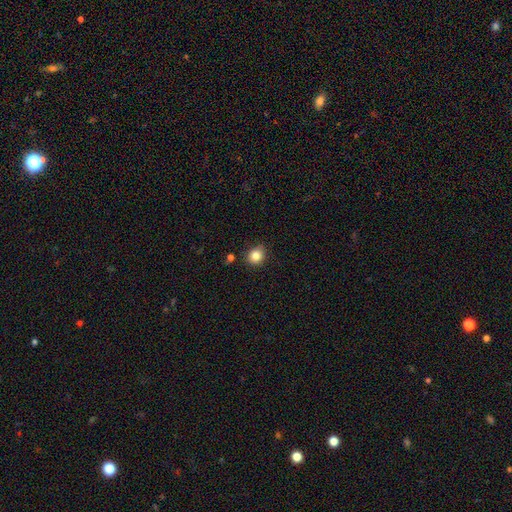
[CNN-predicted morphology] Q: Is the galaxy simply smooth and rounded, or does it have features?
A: smooth — 83%.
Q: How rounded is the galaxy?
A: round — 76%.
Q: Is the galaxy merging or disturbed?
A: none — 81%.